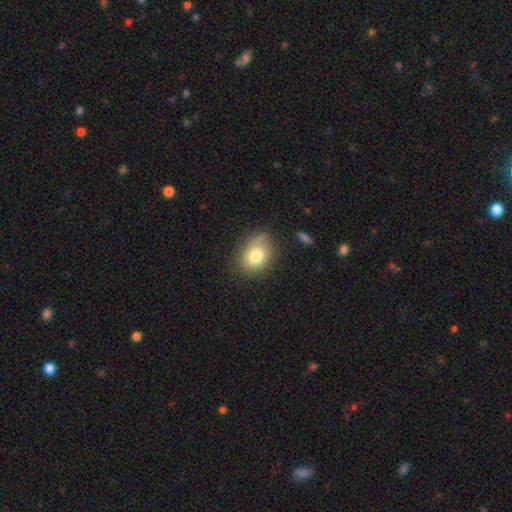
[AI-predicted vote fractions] Morphology: type=smooth (76%); roundness=in between (69%); merging=none (69%).